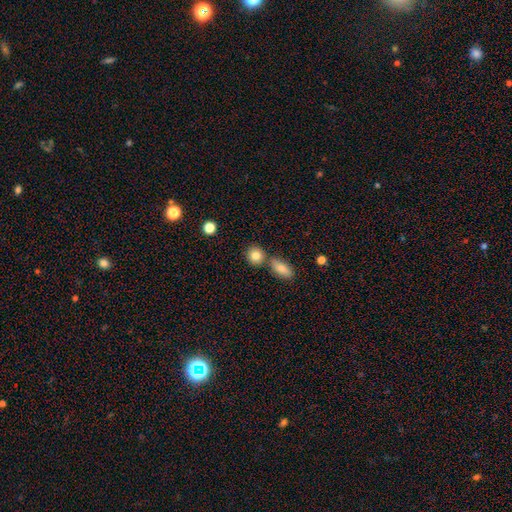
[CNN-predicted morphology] This appears to be a smooth galaxy with no disk features (82%) that is round (79%). Merging: none (67%).